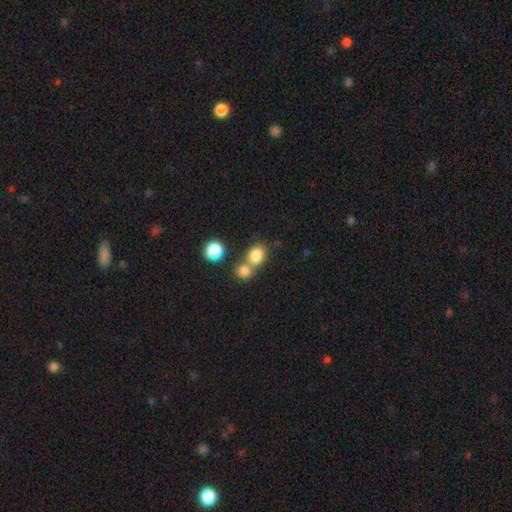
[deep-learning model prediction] Overall: smooth (82%). How rounded: round (62%; in between 36%). Merging: none (45%; merger 44%).